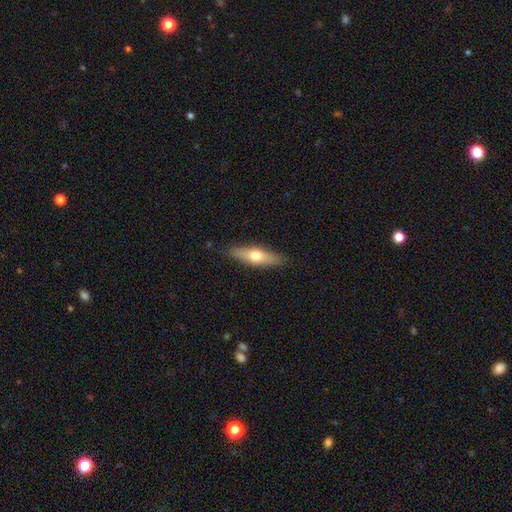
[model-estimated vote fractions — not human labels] A smooth galaxy with no disk features (56%) that is cigar-shaped (56%). Merging: none (86%).